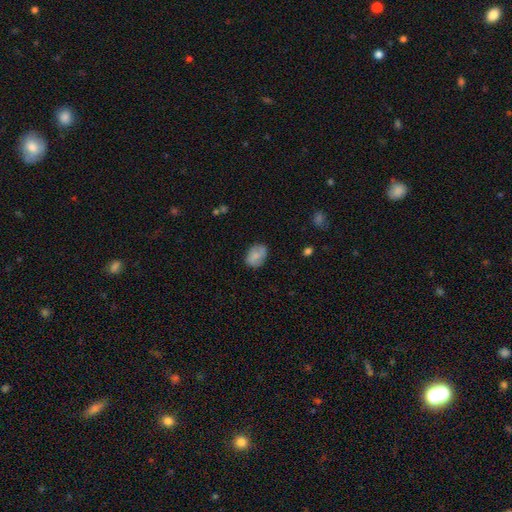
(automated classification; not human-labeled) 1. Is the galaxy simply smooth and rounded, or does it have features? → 69% smooth, 23% featured or disk, 8% star or artifact.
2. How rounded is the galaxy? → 77% in between, 22% round, 1% cigar-shaped.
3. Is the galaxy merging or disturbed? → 78% none, 16% minor disturbance, 4% major disturbance, 1% merger.